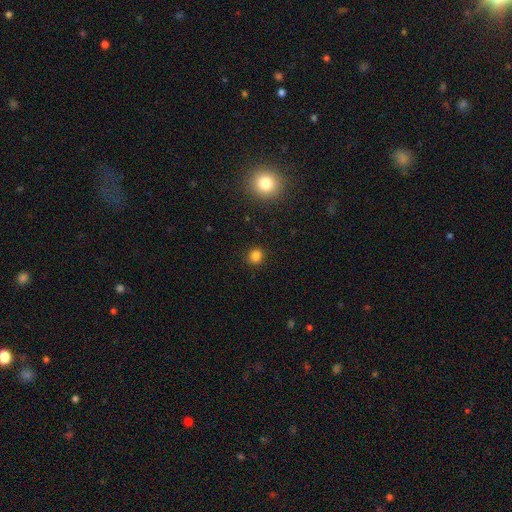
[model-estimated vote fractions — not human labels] A smooth galaxy with no disk features (82%) that is round (88%). Merging: none (89%).